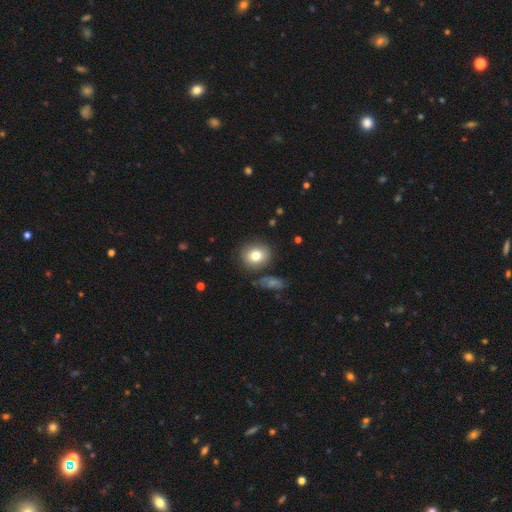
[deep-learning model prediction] smooth 78%, featured or disk 12%, star or artifact 10%. Down the decision tree: how rounded — round (74%); merging — none (82%).